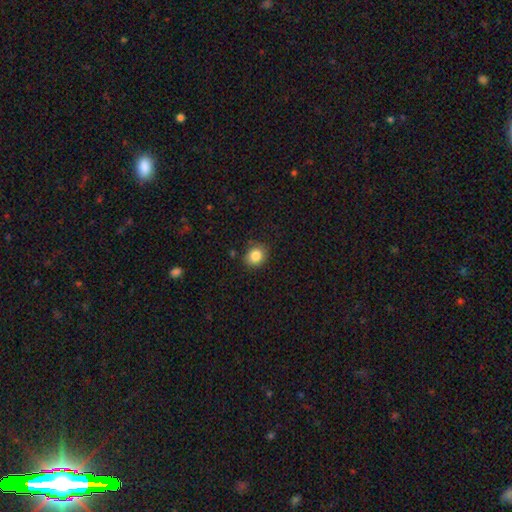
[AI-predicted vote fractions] Q: Smooth or featured?
A: smooth (85%); runner-up: star or artifact (9%)
Q: How rounded?
A: round (63%); runner-up: in between (37%)
Q: Merging?
A: none (85%); runner-up: minor disturbance (11%)